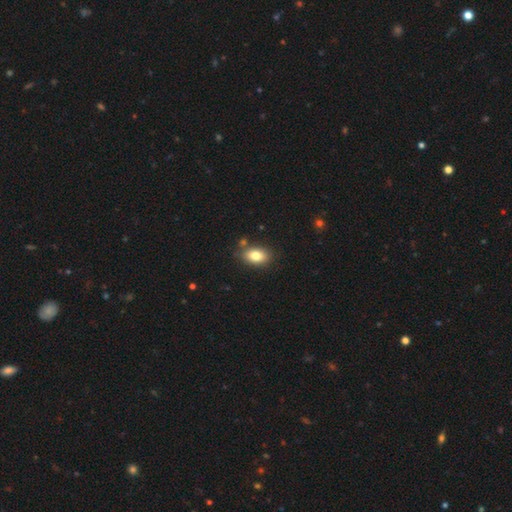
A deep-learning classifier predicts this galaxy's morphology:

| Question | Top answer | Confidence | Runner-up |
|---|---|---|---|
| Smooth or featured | smooth | 81% | featured or disk (10%) |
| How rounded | in between | 86% | round (12%) |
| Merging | none | 79% | minor disturbance (12%) |